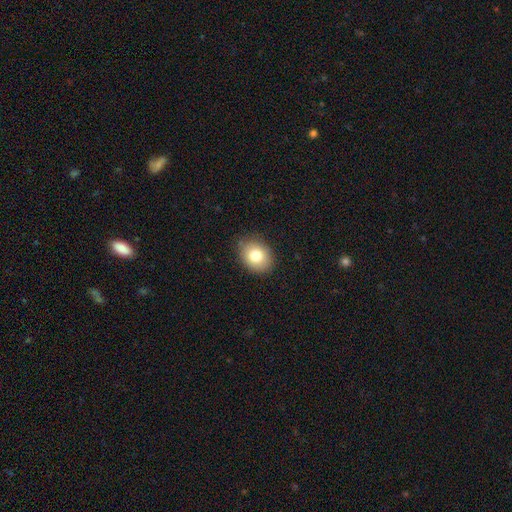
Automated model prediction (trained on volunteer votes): Q: Smooth or featured?
A: smooth (78%); runner-up: featured or disk (12%)
Q: How rounded?
A: in between (56%); runner-up: round (44%)
Q: Merging?
A: none (85%); runner-up: minor disturbance (12%)